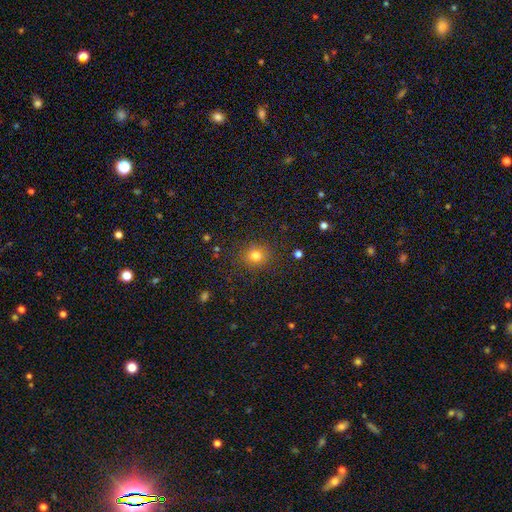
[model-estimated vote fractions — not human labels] This appears to be a smooth galaxy with no disk features (80%) that is round (84%). Merging: none (87%).